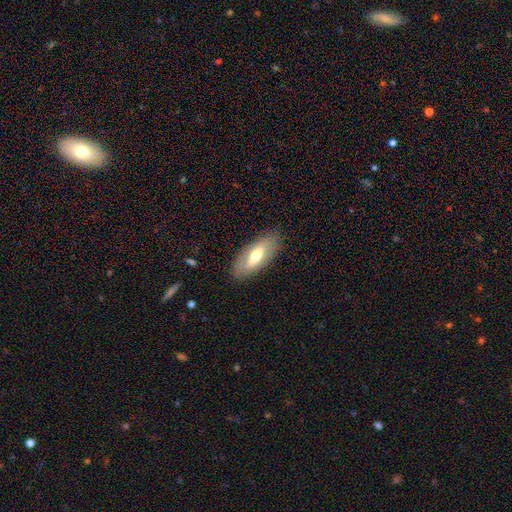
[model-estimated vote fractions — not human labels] Q: Smooth or featured?
A: smooth (52%); runner-up: featured or disk (42%)
Q: How rounded?
A: in between (79%); runner-up: cigar-shaped (18%)
Q: Merging?
A: none (85%); runner-up: minor disturbance (10%)